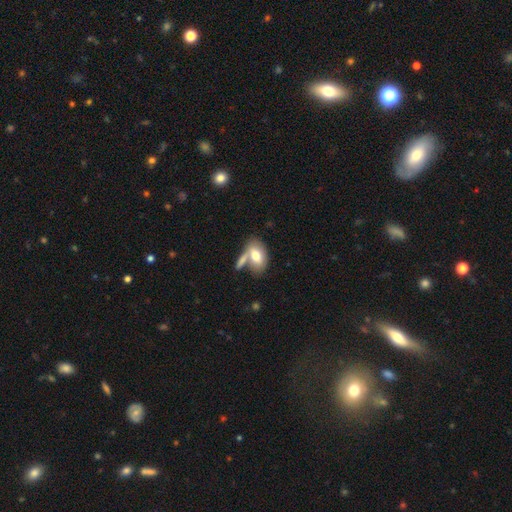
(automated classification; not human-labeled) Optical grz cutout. It shows a smooth galaxy with no disk features (71%) that is in between round and cigar-shaped (90%). Merging: none (45%).